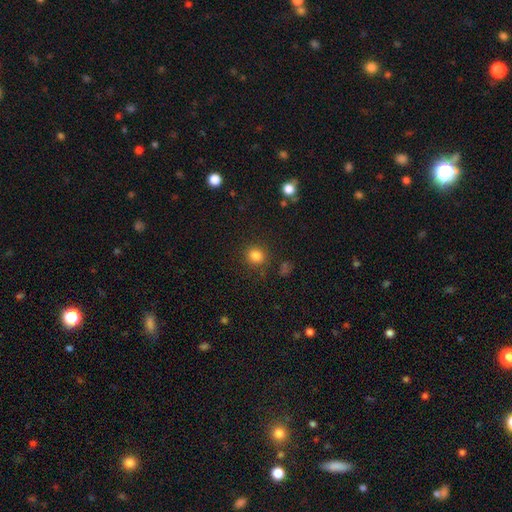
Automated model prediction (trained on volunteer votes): smooth-or-featured: smooth: 83% | star or artifact: 12% | featured or disk: 4%
  how-rounded: round: 84% | in between: 15% | cigar-shaped: 1%
  merging: none: 85% | minor disturbance: 9% | major disturbance: 4% | merger: 2%